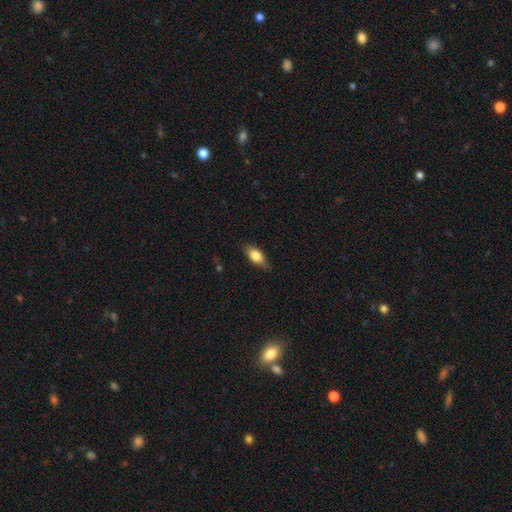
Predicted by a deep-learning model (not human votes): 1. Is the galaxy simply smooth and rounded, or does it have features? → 74% smooth, 19% featured or disk, 7% star or artifact.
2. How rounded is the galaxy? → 81% in between, 15% cigar-shaped, 5% round.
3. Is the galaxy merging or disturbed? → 79% none, 17% minor disturbance, 3% major disturbance, 1% merger.